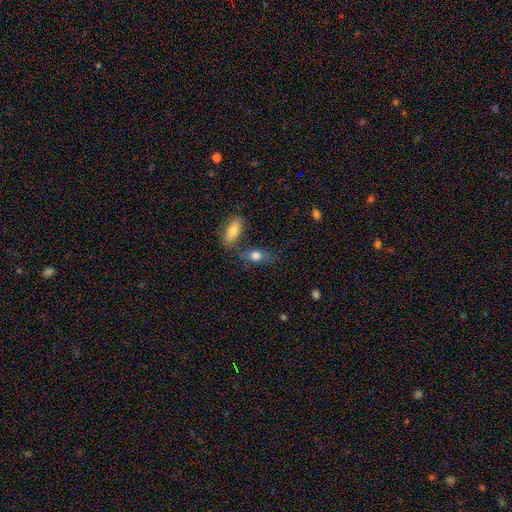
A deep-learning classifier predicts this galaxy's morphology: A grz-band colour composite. It shows a smooth galaxy with no disk features (77%) that is in between round and cigar-shaped (77%). Merging: none (59%).